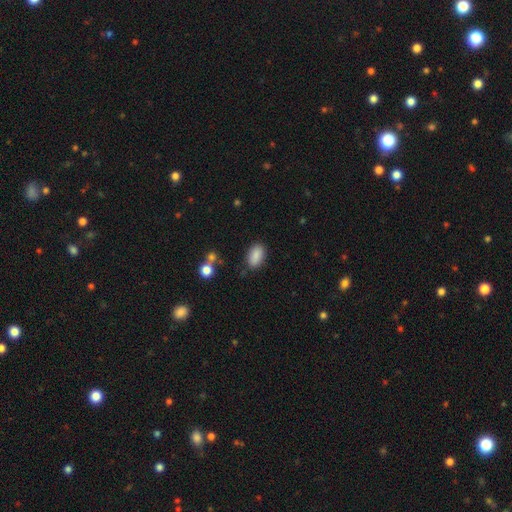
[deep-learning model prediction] The model was most divided on "merging": none: 85%, minor disturbance: 11%, major disturbance: 3%, merger: 2%. More confident: how rounded — in between (92%); smooth or featured — smooth (88%).